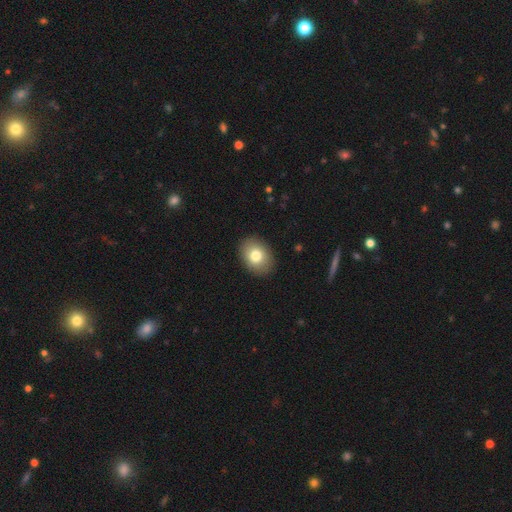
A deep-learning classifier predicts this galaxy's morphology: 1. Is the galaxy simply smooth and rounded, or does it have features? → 80% smooth, 12% featured or disk, 8% star or artifact.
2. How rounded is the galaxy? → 69% in between, 30% round, 1% cigar-shaped.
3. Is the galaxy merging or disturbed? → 89% none, 8% minor disturbance, 2% major disturbance, 1% merger.